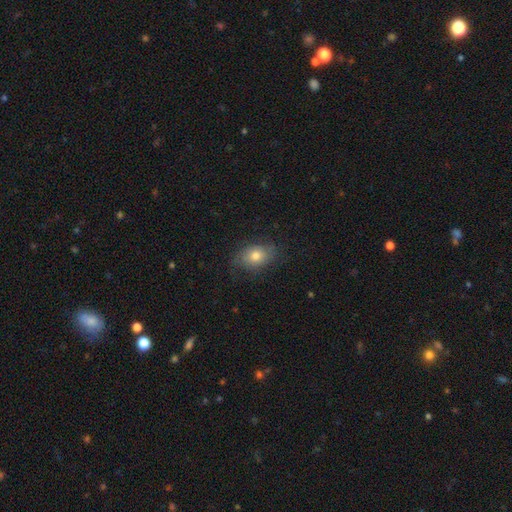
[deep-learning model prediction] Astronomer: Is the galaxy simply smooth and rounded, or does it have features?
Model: smooth — 72%.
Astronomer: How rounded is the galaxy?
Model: in between — 73%.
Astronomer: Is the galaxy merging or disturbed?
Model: none — 73%.